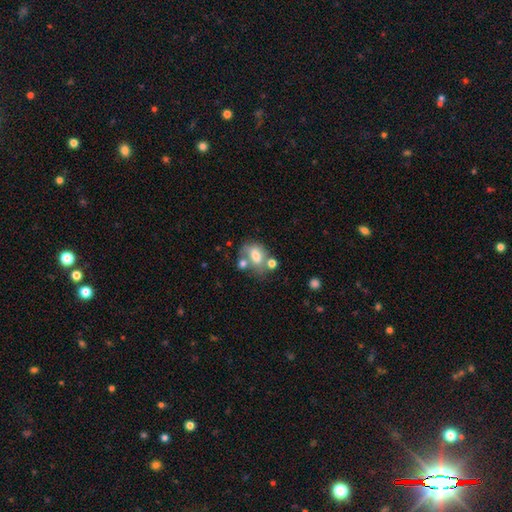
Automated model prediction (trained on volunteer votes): Smooth or featured? Predicted: smooth (p=0.62). How rounded? Predicted: in between (p=0.71). Merging? Predicted: none (p=0.39).